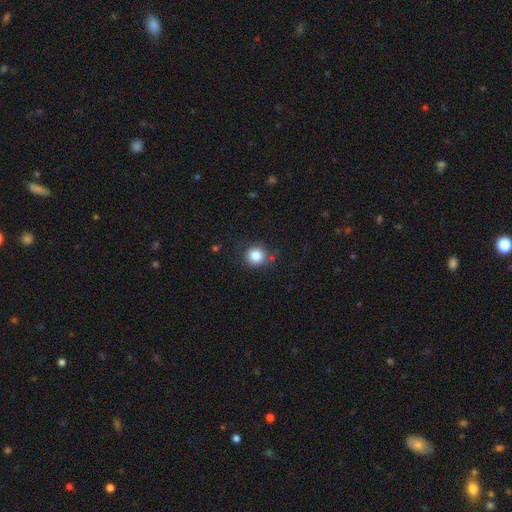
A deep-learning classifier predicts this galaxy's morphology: A smooth galaxy with no disk features (84%) that is round (91%). Merging: none (81%).